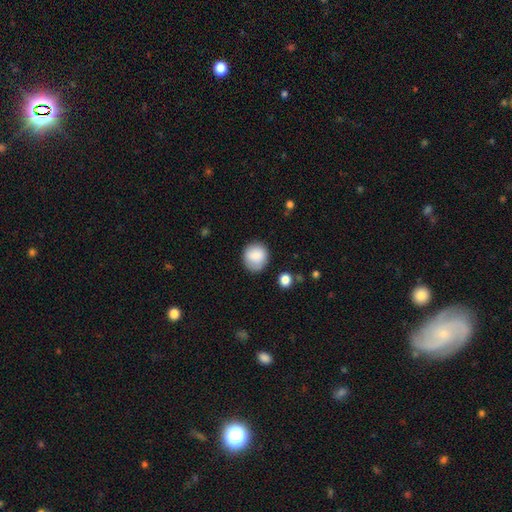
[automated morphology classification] Smooth or featured? Predicted: smooth (p=0.85). How rounded? Predicted: round (p=0.84). Merging? Predicted: none (p=0.81).